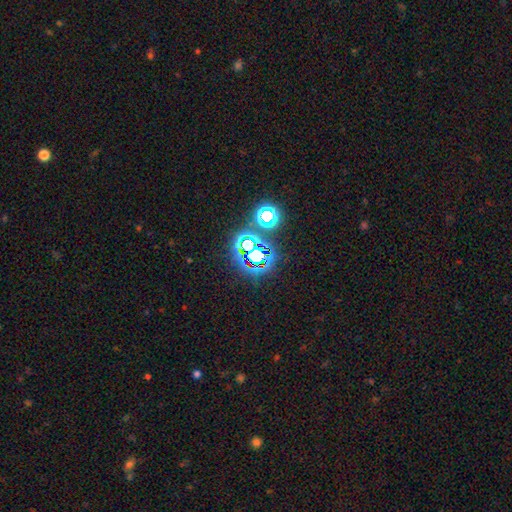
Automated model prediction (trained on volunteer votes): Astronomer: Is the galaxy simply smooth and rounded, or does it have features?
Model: star or artifact — 69%.